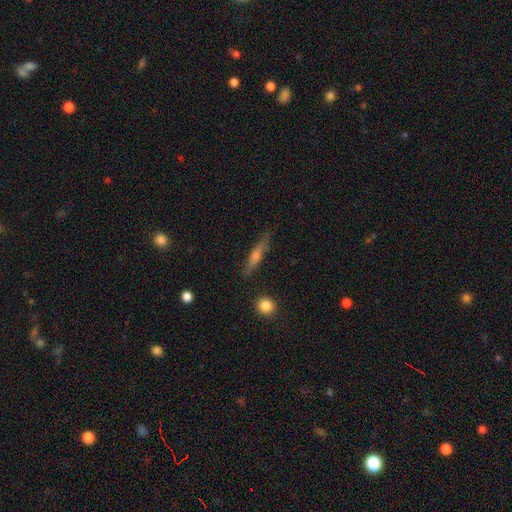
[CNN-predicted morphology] smooth-or-featured: smooth: 46% | featured or disk: 45% | star or artifact: 8%
  merging: none: 84% | minor disturbance: 12% | major disturbance: 3% | merger: 2%